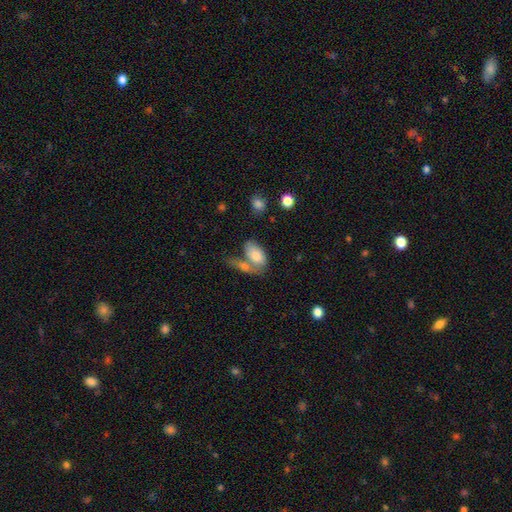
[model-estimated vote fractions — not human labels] smooth-or-featured: smooth: 76% | featured or disk: 17% | star or artifact: 7%
  how-rounded: in between: 92% | round: 5% | cigar-shaped: 3%
  merging: merger: 49% | none: 28% | minor disturbance: 14% | major disturbance: 10%